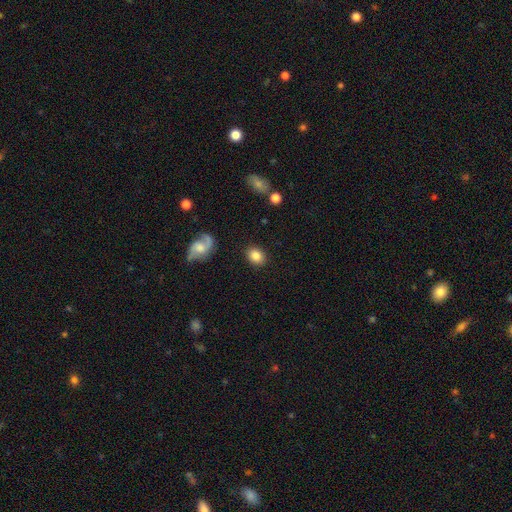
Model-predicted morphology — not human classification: The model was most divided on "how rounded": in between: 59%, round: 40%, cigar-shaped: 1%. More confident: merging — none (86%); smooth or featured — smooth (83%).